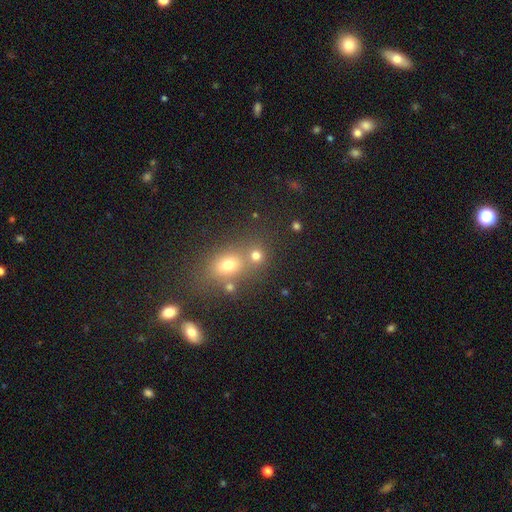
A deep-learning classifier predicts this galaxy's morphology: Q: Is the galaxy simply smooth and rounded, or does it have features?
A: smooth — 73%.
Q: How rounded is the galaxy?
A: round — 76%.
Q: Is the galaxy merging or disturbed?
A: none — 56%.